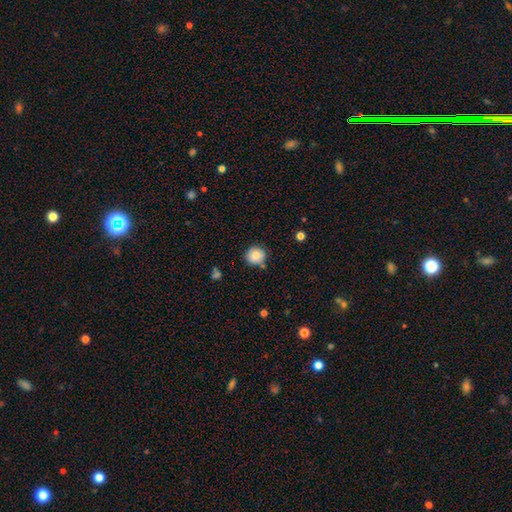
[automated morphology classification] Smooth or featured? smooth (81%)
How rounded? round (90%)
Merging? none (79%)